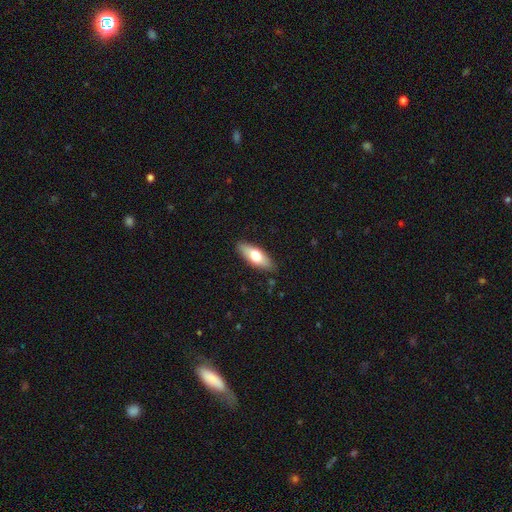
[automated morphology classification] Smooth or featured?
  - smooth: 68% *
  - featured or disk: 27%
  - star or artifact: 6%
How rounded?
  - in between: 67% *
  - cigar-shaped: 31%
  - round: 2%
Merging?
  - none: 87% *
  - minor disturbance: 10%
  - major disturbance: 2%
  - merger: 1%